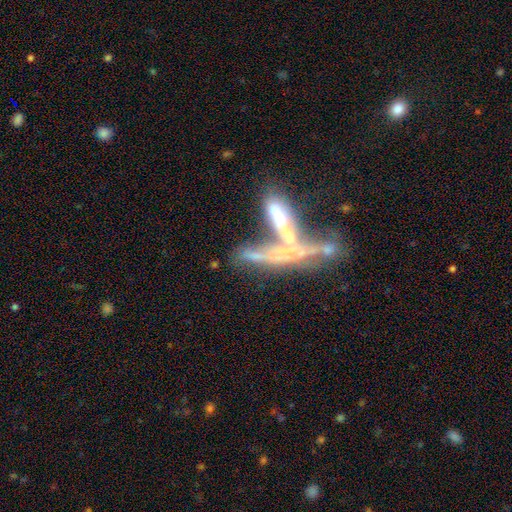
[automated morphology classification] Smooth or featured? Predicted: featured or disk (p=0.57). Edge-on disk? Predicted: no (p=0.53). Merging? Predicted: merger (p=0.55).